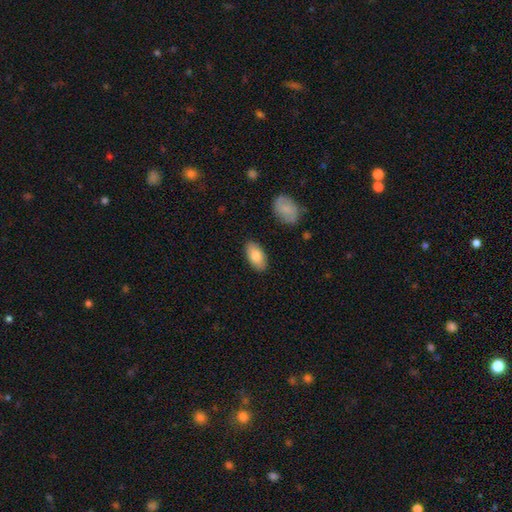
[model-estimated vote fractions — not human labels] smooth-or-featured: smooth: 81% | featured or disk: 12% | star or artifact: 6%
  how-rounded: in between: 94% | cigar-shaped: 3% | round: 3%
  merging: none: 87% | minor disturbance: 10% | major disturbance: 2% | merger: 2%